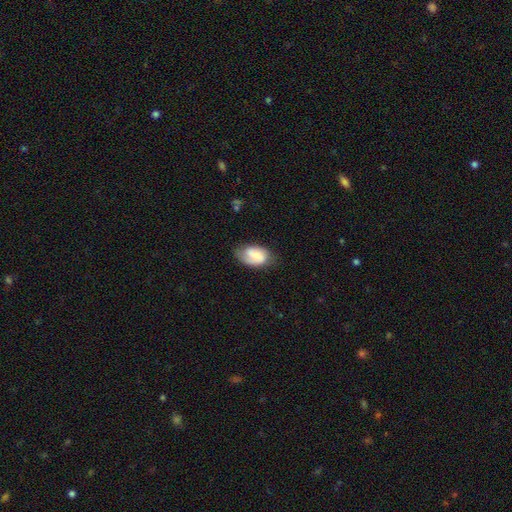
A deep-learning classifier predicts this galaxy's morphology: The model was most divided on "smooth or featured": smooth: 59%, featured or disk: 34%, star or artifact: 7%. More confident: how rounded — in between (89%); merging — none (57%).